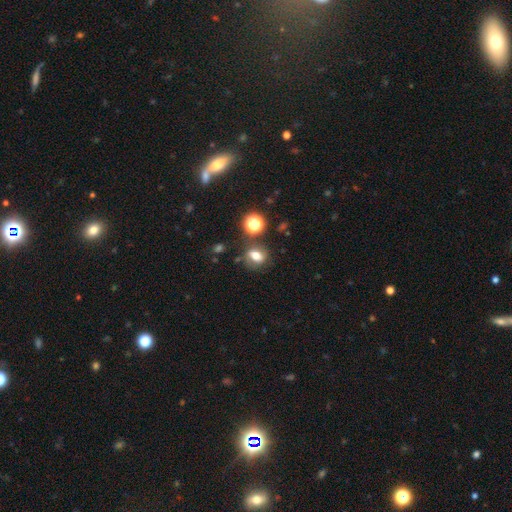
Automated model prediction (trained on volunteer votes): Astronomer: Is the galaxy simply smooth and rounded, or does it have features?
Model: smooth — 65%.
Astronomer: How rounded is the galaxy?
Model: in between — 55% (runner-up: round, 43%).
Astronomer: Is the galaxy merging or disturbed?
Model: none — 70%.